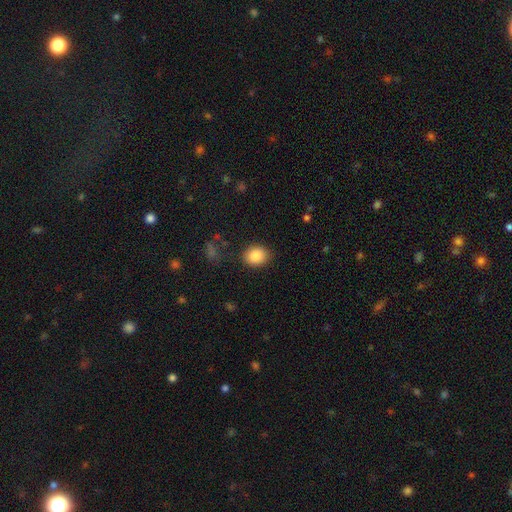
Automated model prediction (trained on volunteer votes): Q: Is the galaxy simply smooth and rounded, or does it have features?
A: smooth — 87%.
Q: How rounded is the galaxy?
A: round — 55%.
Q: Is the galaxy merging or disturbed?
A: none — 85%.